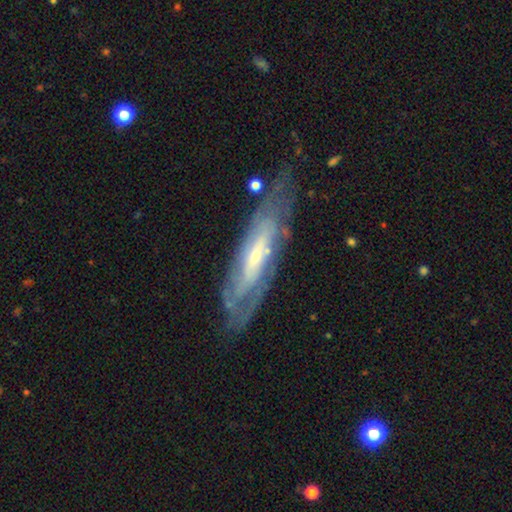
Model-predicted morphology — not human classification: type=featured or disk (76%); edge-on=no (70%); bar=no (54%); spiral arms=yes (80%); bulge=small (66%); merging=none (68%).